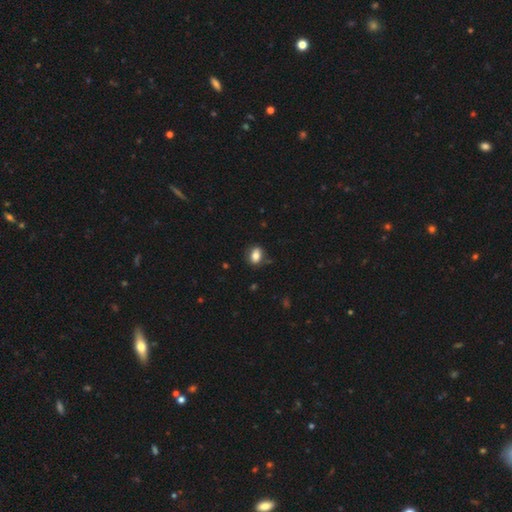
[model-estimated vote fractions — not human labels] The model was most divided on "how rounded": in between: 71%, round: 27%, cigar-shaped: 2%. More confident: merging — none (79%); smooth or featured — smooth (79%).